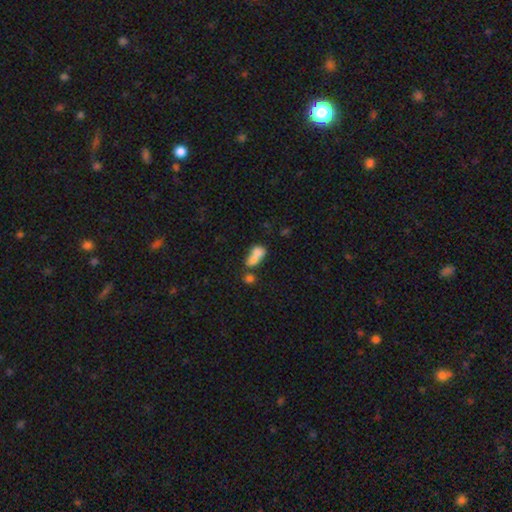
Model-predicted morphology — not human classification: smooth_or_featured: smooth (p=0.71) [alt: featured or disk p=0.19]
how_rounded: in between (p=0.65) [alt: round p=0.30]
merging: merger (p=0.70) [alt: none p=0.18]